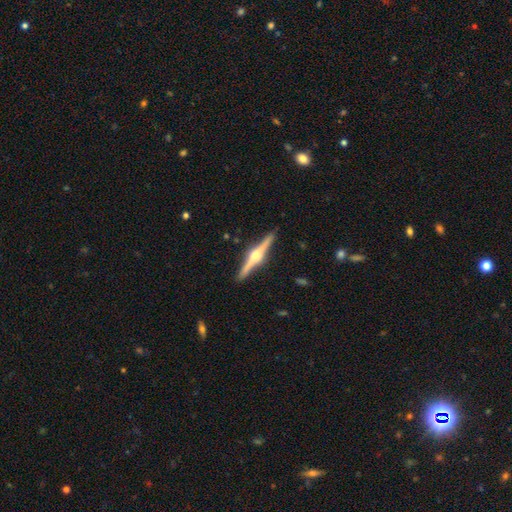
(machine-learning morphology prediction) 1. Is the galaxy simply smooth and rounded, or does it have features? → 83% featured or disk, 12% smooth, 5% star or artifact.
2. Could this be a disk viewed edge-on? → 98% yes, 2% no.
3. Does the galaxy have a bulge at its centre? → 94% rounded, 4% boxy, 2% none.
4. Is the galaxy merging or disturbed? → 91% none, 6% minor disturbance, 1% major disturbance, 1% merger.